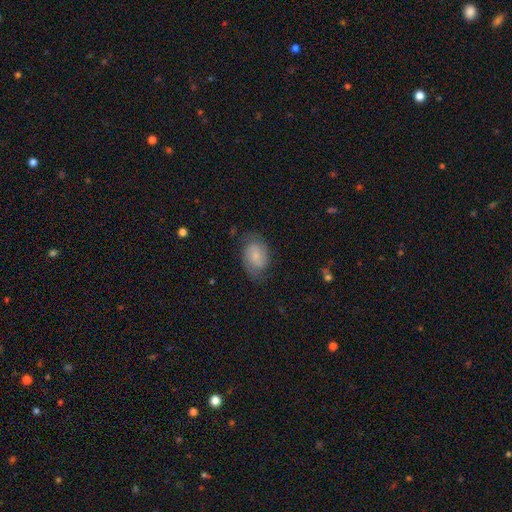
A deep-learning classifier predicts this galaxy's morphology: Overall: smooth (47%; featured or disk 46%). Merging: none (69%).